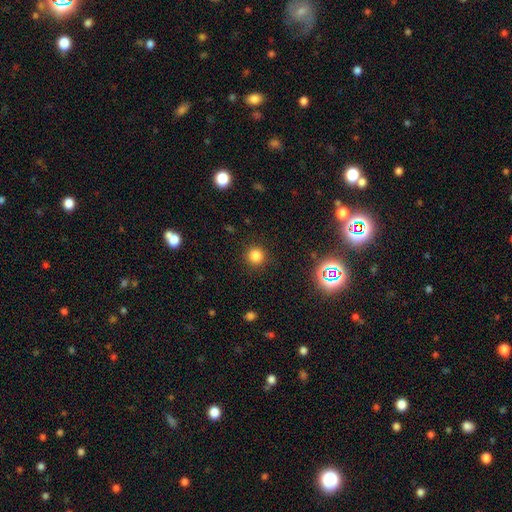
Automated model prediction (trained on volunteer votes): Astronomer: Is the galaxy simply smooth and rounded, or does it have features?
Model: smooth — 81%.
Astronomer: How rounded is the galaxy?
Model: round — 94%.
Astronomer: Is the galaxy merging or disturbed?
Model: none — 90%.